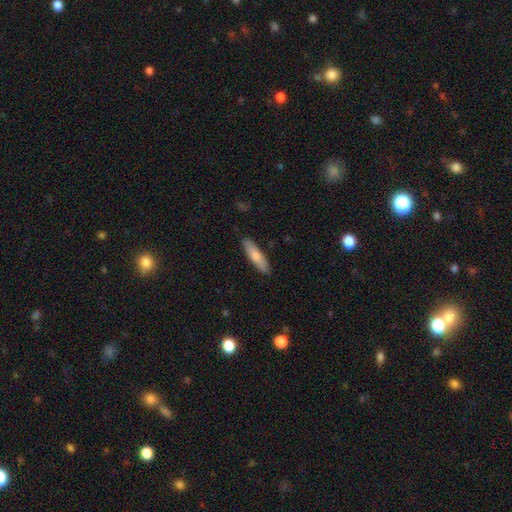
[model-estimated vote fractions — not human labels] The model was most divided on "how rounded": cigar-shaped: 71%, in between: 27%, round: 2%. More confident: merging — none (89%); smooth or featured — smooth (76%).